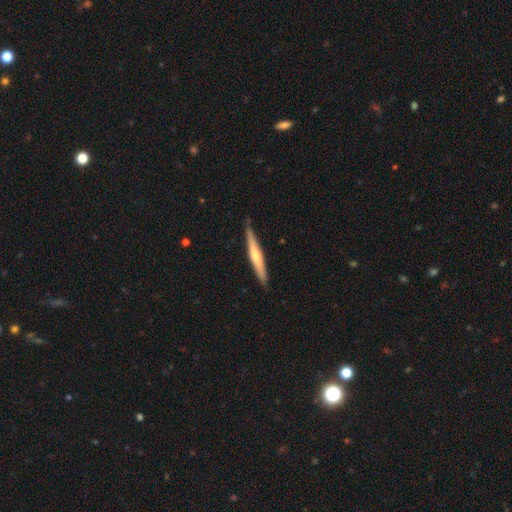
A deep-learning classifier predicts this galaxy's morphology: This appears to be a featured or disk galaxy (51%) viewed edge-on (96%). Merging: none (86%).